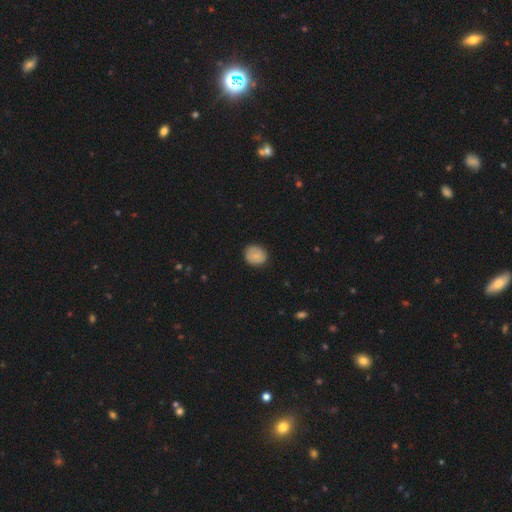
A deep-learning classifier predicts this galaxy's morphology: This appears to be a smooth galaxy with no disk features (80%) that is round (72%). Merging: none (84%).